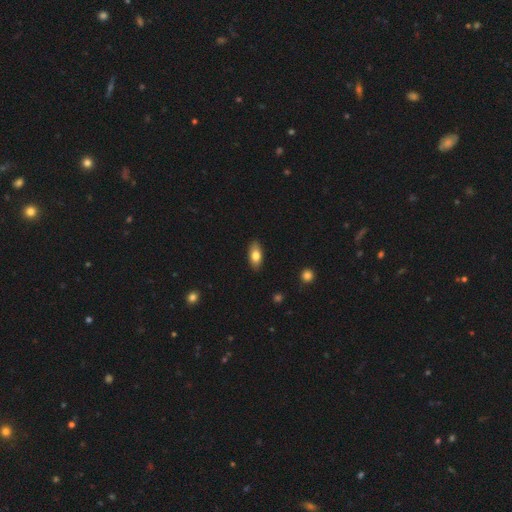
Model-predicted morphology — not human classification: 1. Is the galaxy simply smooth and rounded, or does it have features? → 77% smooth, 16% featured or disk, 7% star or artifact.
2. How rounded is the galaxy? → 89% in between, 7% cigar-shaped, 4% round.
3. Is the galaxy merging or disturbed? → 87% none, 10% minor disturbance, 2% major disturbance, 1% merger.